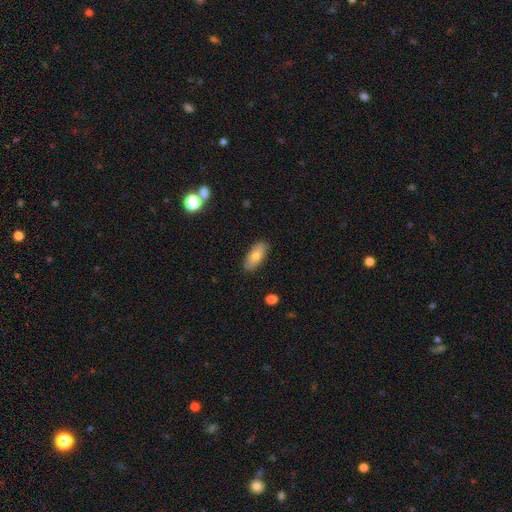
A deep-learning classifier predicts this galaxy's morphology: The model was most divided on "smooth or featured": smooth: 77%, featured or disk: 16%, star or artifact: 7%. More confident: merging — none (86%); how rounded — in between (85%).